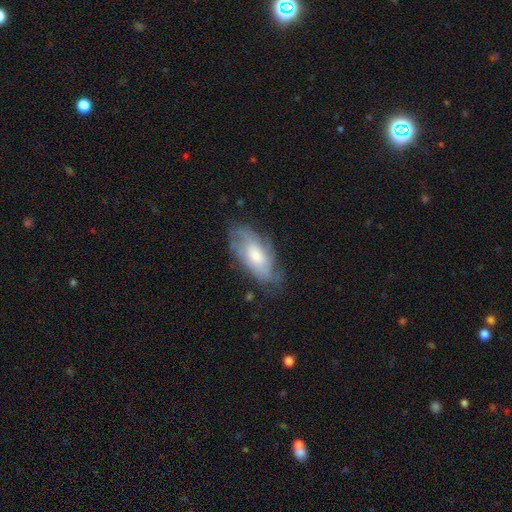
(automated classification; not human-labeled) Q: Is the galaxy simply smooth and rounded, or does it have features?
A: featured or disk — 55%.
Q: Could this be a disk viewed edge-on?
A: no — 89%.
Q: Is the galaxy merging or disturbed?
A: none — 60%.